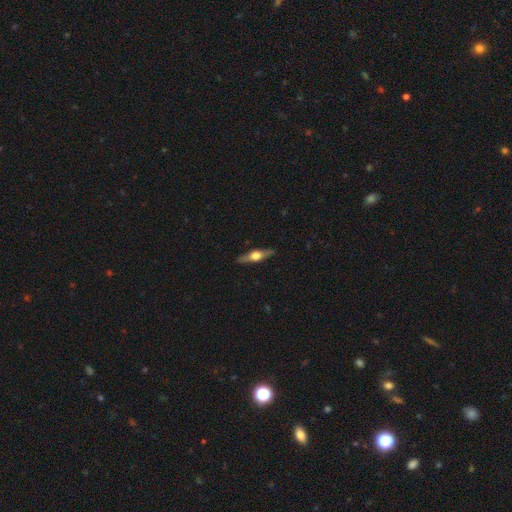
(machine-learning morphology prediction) smooth_or_featured: featured or disk (p=0.67) [alt: smooth p=0.27]
disk_edge_on: yes (p=0.95) [alt: no p=0.05]
edge_on_bulge: rounded (p=0.94) [alt: boxy p=0.05]
merging: none (p=0.89) [alt: minor disturbance p=0.08]